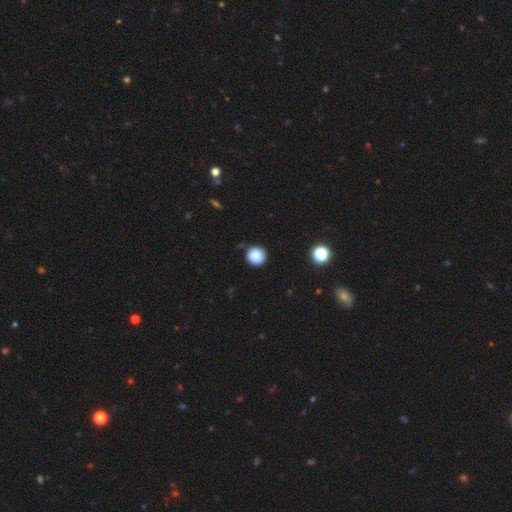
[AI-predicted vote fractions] Overall: smooth (87%). How rounded: round (95%). Merging: none (87%).